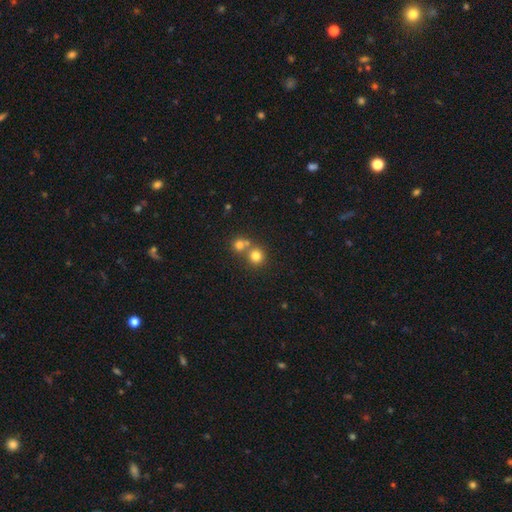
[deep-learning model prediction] Overall: smooth (77%). How rounded: round (90%). Merging: none (56%; merger 36%).